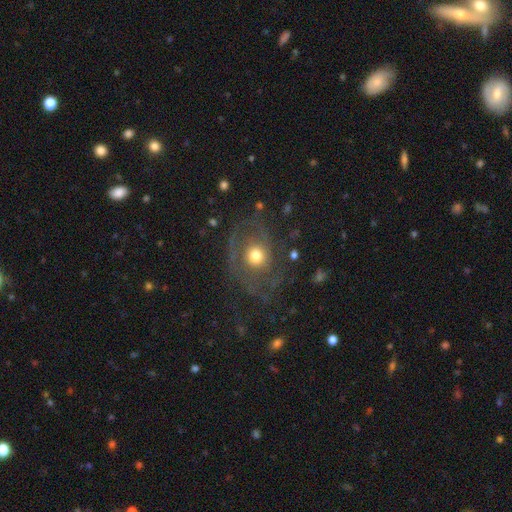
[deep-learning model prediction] Smooth or featured?
  - featured or disk: 55% *
  - smooth: 34%
  - star or artifact: 11%
Edge-on disk?
  - no: 95% *
  - yes: 5%
Bar?
  - no: 87% *
  - weak: 11%
  - strong: 3%
Spiral arms?
  - yes: 61% *
  - no: 39%
Bulge size?
  - moderate: 69% *
  - small: 15%
  - large: 13%
  - dominant: 2%
  - none: 1%
Merging?
  - none: 60% *
  - major disturbance: 20%
  - minor disturbance: 18%
  - merger: 2%